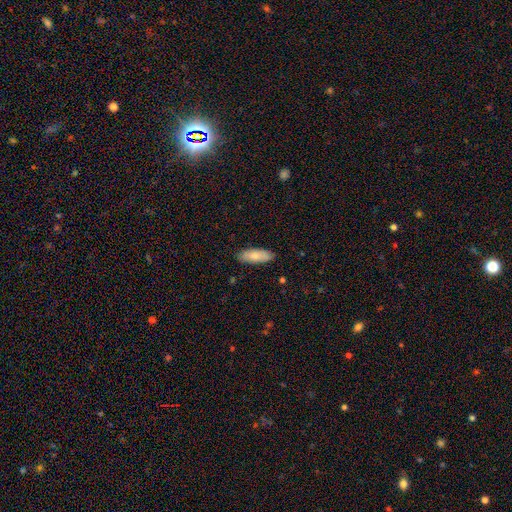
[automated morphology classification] This appears to be a smooth galaxy with no disk features (79%) that is in between round and cigar-shaped (70%). Merging: none (87%).